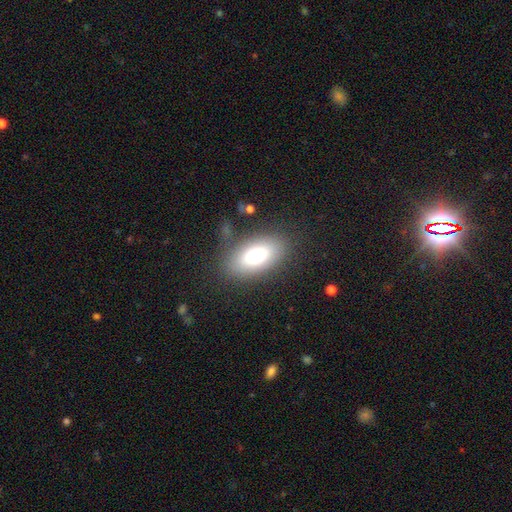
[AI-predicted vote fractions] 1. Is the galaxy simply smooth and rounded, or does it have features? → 77% smooth, 15% featured or disk, 8% star or artifact.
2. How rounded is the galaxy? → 90% in between, 6% cigar-shaped, 4% round.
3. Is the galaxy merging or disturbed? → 81% none, 12% minor disturbance, 5% major disturbance, 2% merger.